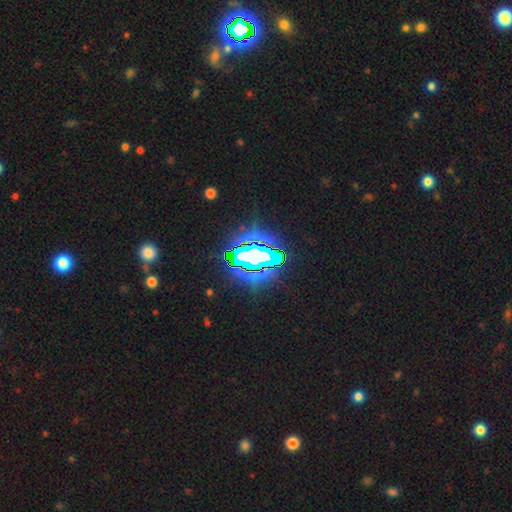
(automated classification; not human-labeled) Q: Smooth or featured?
A: star or artifact (71%); runner-up: featured or disk (15%)